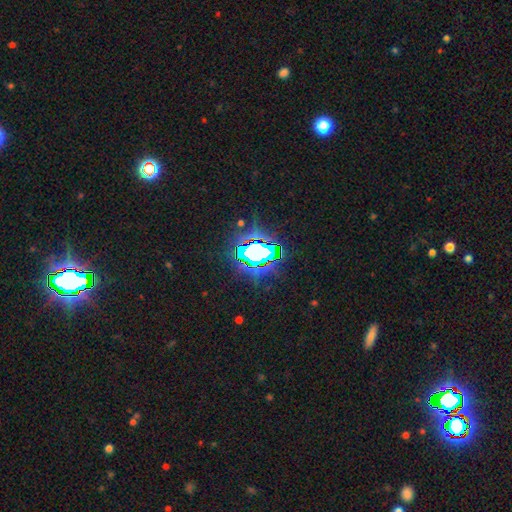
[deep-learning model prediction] A star or artifact, not a galaxy (70%).